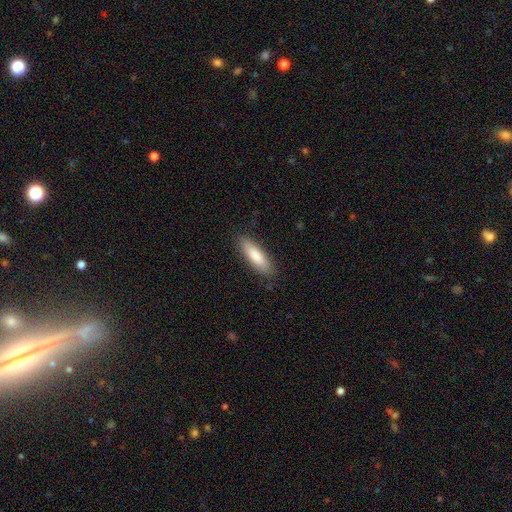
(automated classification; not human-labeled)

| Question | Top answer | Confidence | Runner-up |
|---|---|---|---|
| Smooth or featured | smooth | 83% | featured or disk (11%) |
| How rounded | cigar-shaped | 57% | in between (42%) |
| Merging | none | 86% | minor disturbance (10%) |